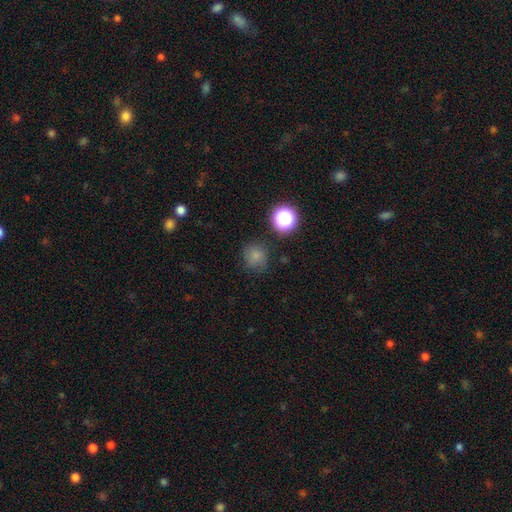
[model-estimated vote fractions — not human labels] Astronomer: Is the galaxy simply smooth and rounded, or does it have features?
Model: smooth — 76%.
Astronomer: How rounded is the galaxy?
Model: round — 86%.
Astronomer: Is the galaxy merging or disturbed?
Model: none — 77%.